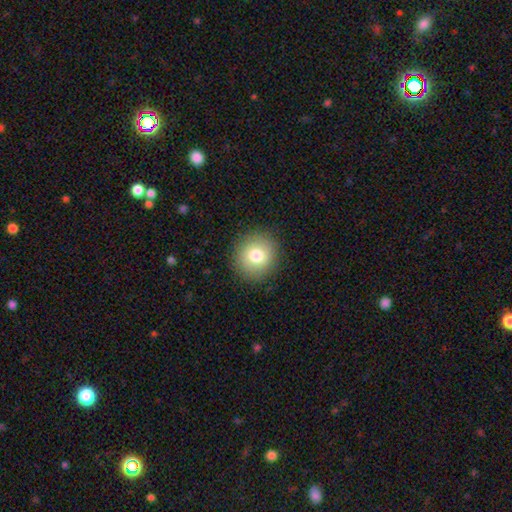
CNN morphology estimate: type=smooth (78%); roundness=round (90%); merging=none (91%).